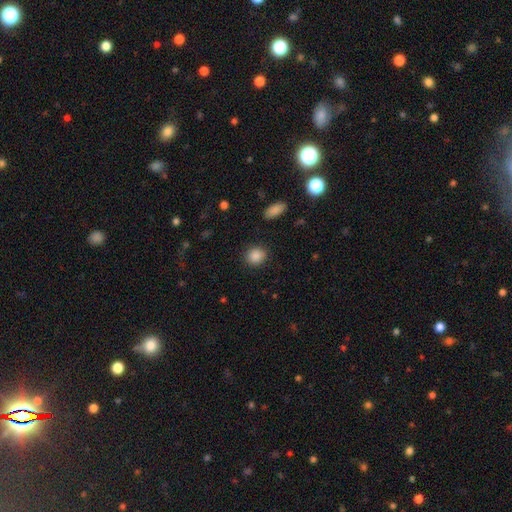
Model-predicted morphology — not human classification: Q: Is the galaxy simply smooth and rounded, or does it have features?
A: smooth — 87%.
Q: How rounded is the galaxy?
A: round — 73%.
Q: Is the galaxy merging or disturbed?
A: none — 88%.